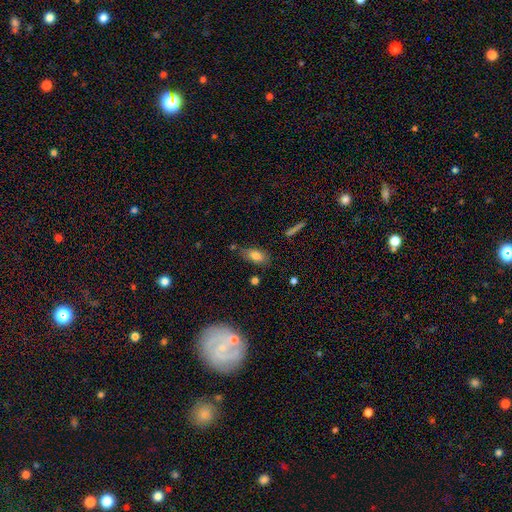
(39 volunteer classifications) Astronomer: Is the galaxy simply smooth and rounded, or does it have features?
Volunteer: smooth — 85%.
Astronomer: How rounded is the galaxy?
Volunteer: in between — 82%.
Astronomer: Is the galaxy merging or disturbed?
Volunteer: none — 61%.